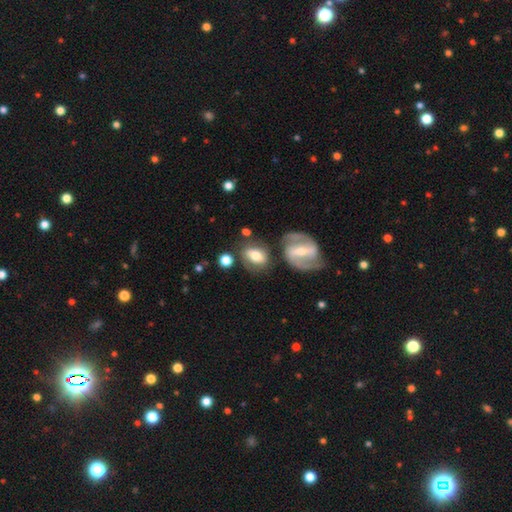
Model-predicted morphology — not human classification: Overall: smooth (50%; featured or disk 43%). Merging: none (62%).